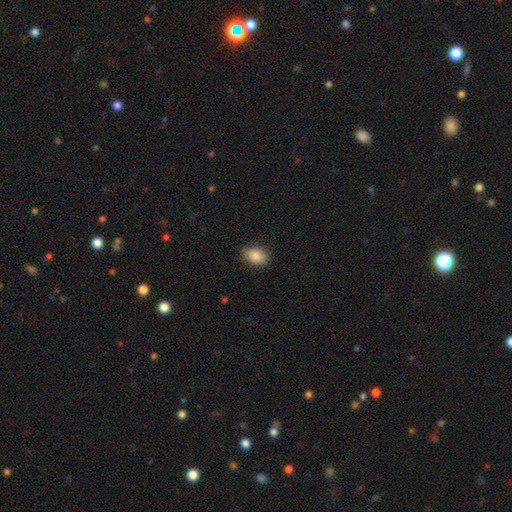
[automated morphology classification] Overall: smooth (87%). How rounded: in between (82%). Merging: none (79%).